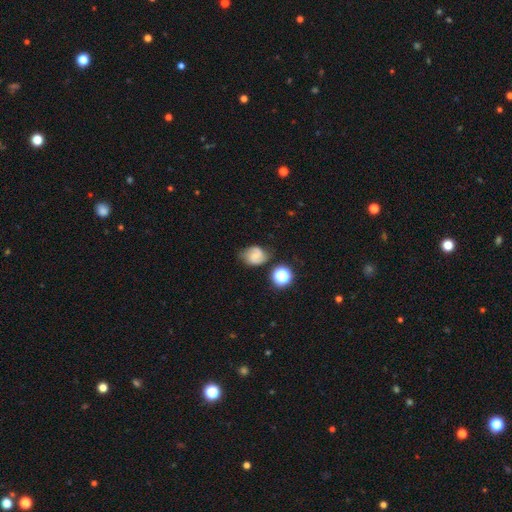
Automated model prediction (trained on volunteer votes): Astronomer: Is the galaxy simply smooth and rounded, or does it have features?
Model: smooth — 49% (runner-up: featured or disk, 38%).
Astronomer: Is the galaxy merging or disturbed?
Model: none — 62%.